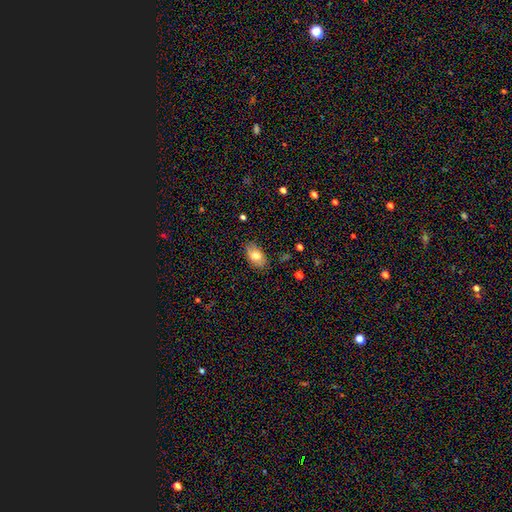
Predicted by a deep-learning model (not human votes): This is likely a smooth galaxy (75%). How rounded: clearly in between (92%). Merging: clearly none (82%).